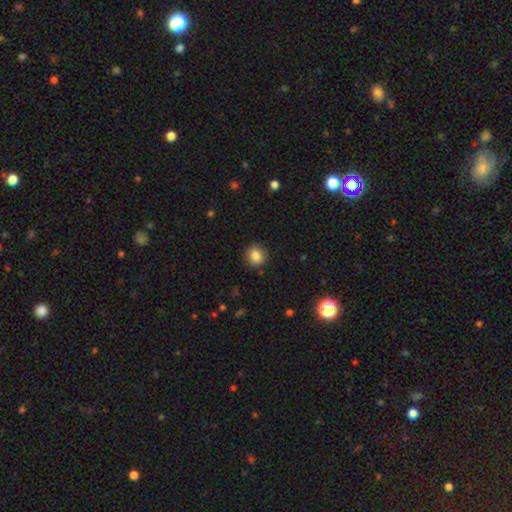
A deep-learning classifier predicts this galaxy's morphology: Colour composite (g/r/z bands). It shows a smooth galaxy with no disk features (85%) that is round (77%). Merging: none (89%).